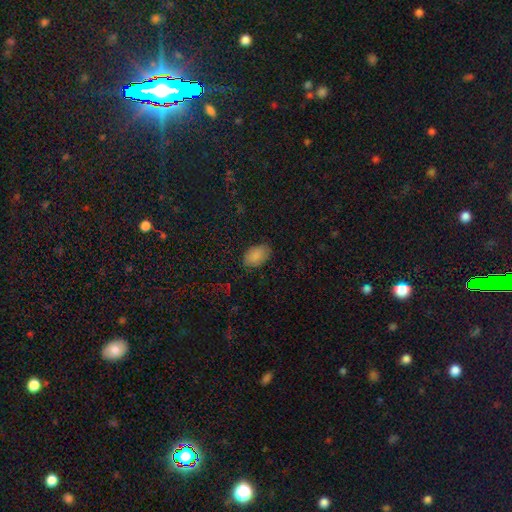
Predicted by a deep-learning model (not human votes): Q: Smooth or featured?
A: smooth (86%); runner-up: star or artifact (8%)
Q: How rounded?
A: in between (91%); runner-up: round (8%)
Q: Merging?
A: none (82%); runner-up: minor disturbance (14%)